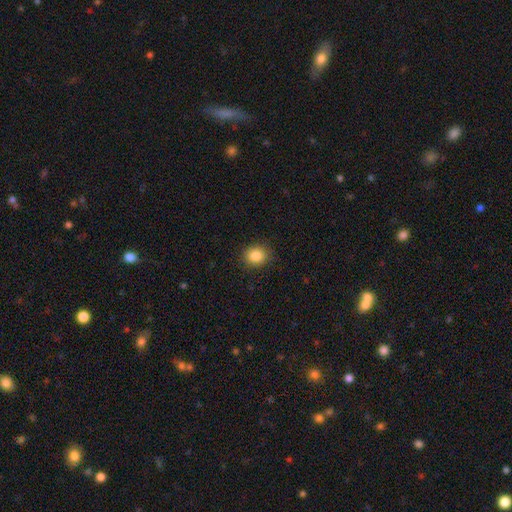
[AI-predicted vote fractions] Q: Smooth or featured?
A: smooth (85%); runner-up: star or artifact (10%)
Q: How rounded?
A: round (67%); runner-up: in between (32%)
Q: Merging?
A: none (89%); runner-up: minor disturbance (8%)